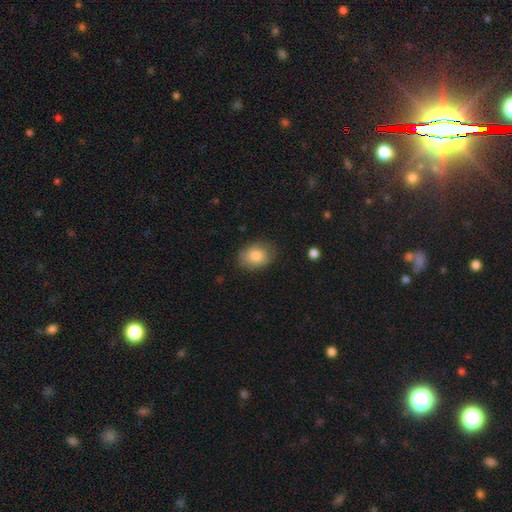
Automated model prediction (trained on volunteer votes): Smooth or featured? smooth (82%)
How rounded? in between (69%)
Merging? none (78%)